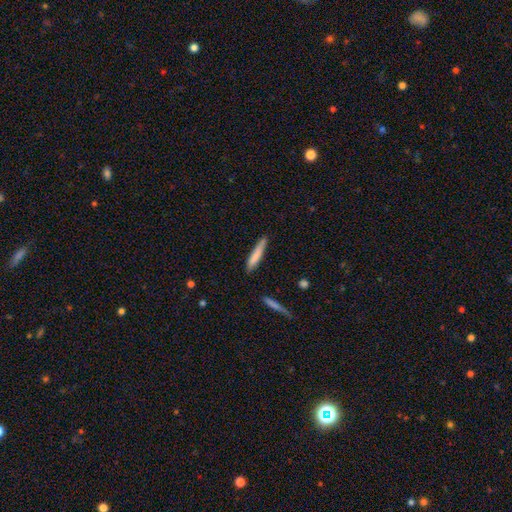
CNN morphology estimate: This is likely a smooth galaxy (77%). How rounded: clearly cigar-shaped (92%). Merging: likely none (78%).